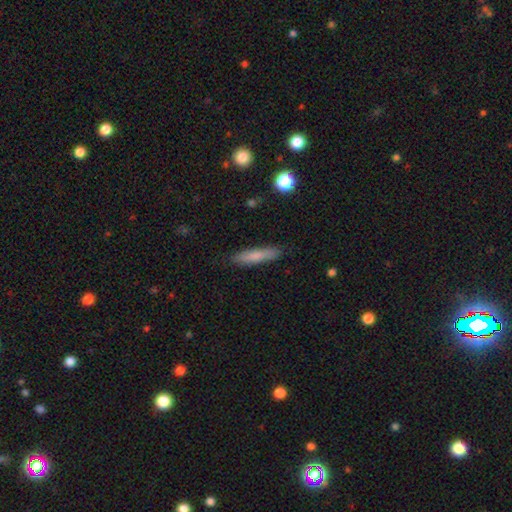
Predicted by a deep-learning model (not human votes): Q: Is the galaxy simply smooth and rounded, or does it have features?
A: smooth — 75%.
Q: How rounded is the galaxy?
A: cigar-shaped — 84%.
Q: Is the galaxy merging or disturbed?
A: none — 86%.